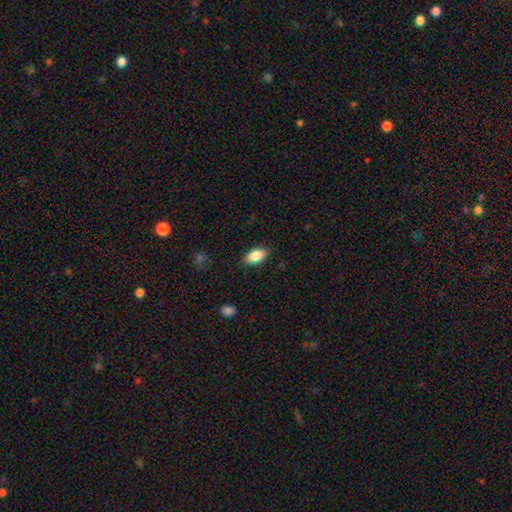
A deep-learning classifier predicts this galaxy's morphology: A smooth galaxy with no disk features (85%) that is in between round and cigar-shaped (91%).

Vote fractions:
- Smooth or featured? smooth: 85% / featured or disk: 8% / star or artifact: 7%
- How rounded? in between: 91% / round: 5% / cigar-shaped: 4%
- Merging? none: 86% / minor disturbance: 11% / major disturbance: 2% / merger: 1%